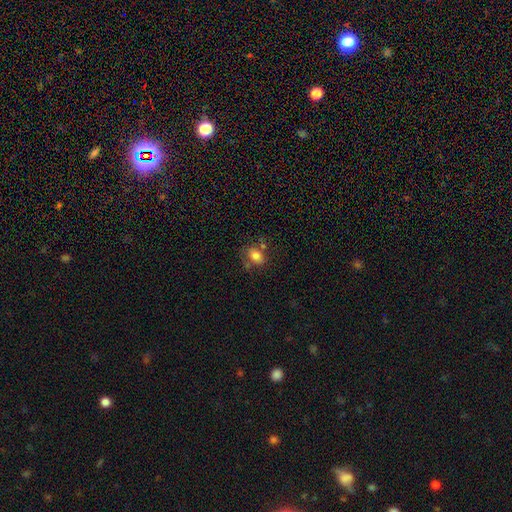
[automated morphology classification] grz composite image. It shows a smooth galaxy with no disk features (78%) that is in between round and cigar-shaped (74%). Merging: none (59%).